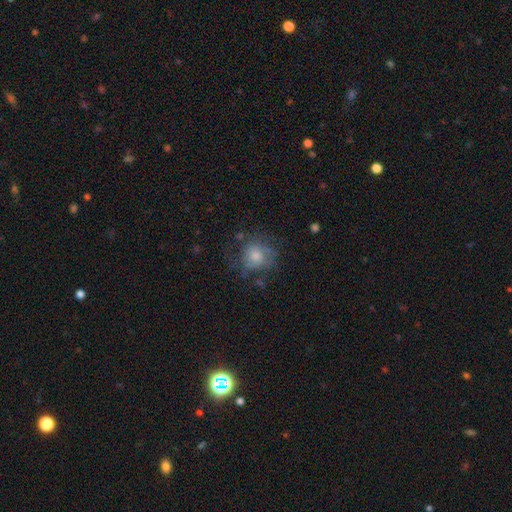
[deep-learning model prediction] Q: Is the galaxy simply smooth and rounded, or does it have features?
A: smooth — 58%.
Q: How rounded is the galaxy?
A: round — 80%.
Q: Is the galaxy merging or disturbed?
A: none — 55%.